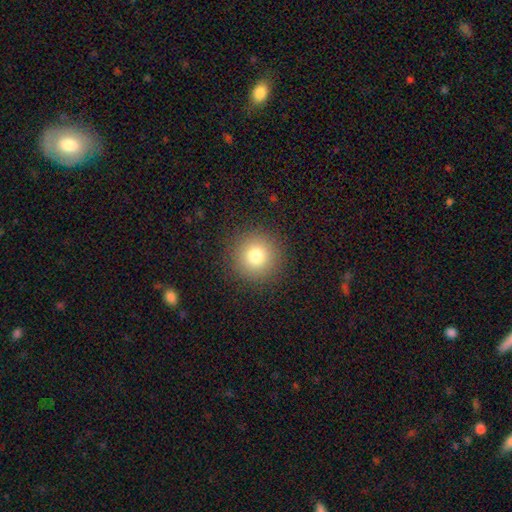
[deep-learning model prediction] This appears to be a smooth galaxy with no disk features (79%) that is round (96%). Merging: none (91%).